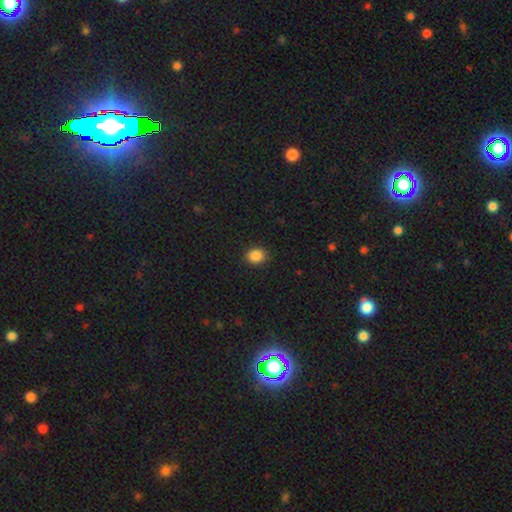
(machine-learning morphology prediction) Overall: smooth (87%). How rounded: round (59%; in between 40%). Merging: none (89%).